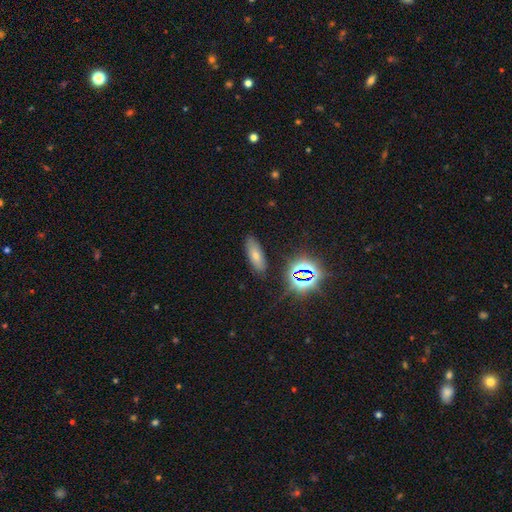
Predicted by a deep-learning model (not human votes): This is possibly a smooth galaxy (45%). Merging: clearly none (84%).